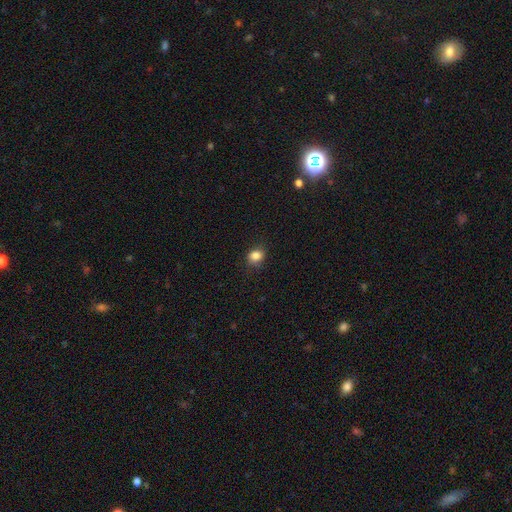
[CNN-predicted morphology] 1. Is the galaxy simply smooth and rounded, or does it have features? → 85% smooth, 11% star or artifact, 4% featured or disk.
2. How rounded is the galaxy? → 59% round, 40% in between, 1% cigar-shaped.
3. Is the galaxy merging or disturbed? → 81% none, 14% minor disturbance, 3% major disturbance, 1% merger.